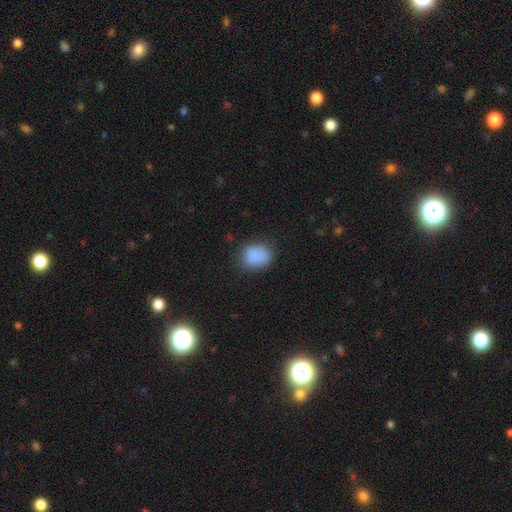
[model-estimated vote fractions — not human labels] smooth_or_featured: smooth (p=0.85) [alt: star or artifact p=0.09]
how_rounded: in between (p=0.50) [alt: round p=0.49]
merging: none (p=0.74) [alt: minor disturbance p=0.19]